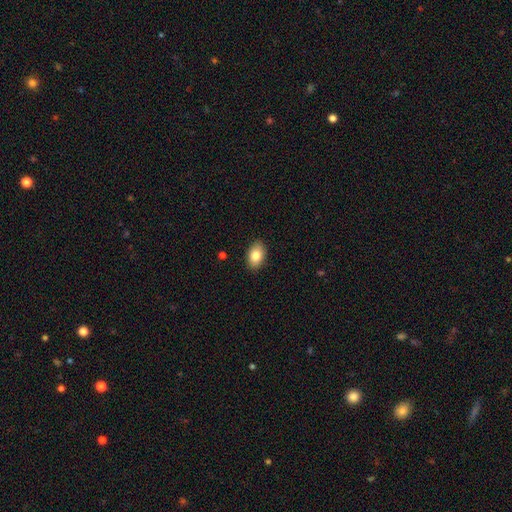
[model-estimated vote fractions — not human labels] Smooth or featured?
  - smooth: 83% *
  - featured or disk: 10%
  - star or artifact: 8%
How rounded?
  - in between: 88% *
  - round: 11%
  - cigar-shaped: 1%
Merging?
  - none: 89% *
  - minor disturbance: 8%
  - major disturbance: 2%
  - merger: 1%